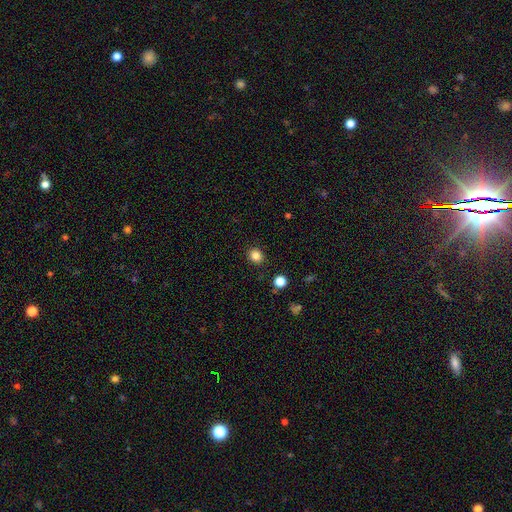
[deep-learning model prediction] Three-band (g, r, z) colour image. It shows a smooth galaxy with no disk features (84%) that is round (73%). Merging: none (90%).